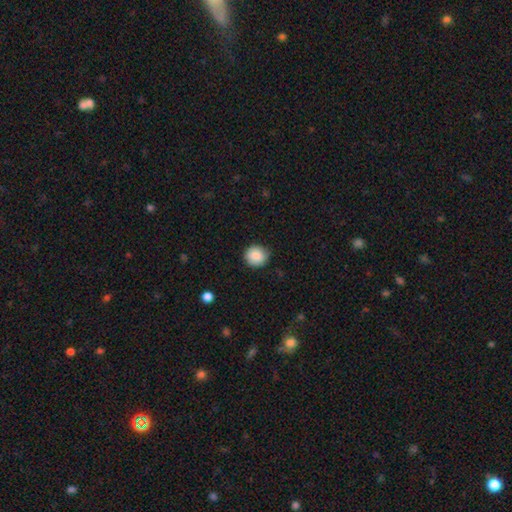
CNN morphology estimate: smooth-or-featured: smooth: 88% | star or artifact: 8% | featured or disk: 4%
  how-rounded: round: 89% | in between: 10% | cigar-shaped: 1%
  merging: none: 86% | minor disturbance: 11% | major disturbance: 2% | merger: 1%